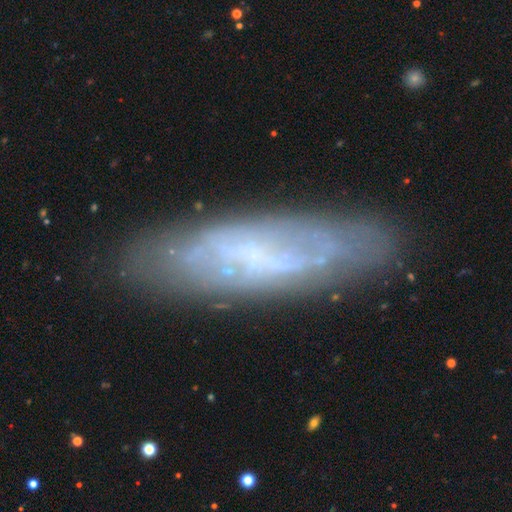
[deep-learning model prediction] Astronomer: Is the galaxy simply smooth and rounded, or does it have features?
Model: featured or disk — 60%.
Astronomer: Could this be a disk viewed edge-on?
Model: no — 67%.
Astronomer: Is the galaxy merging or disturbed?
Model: none — 77%.